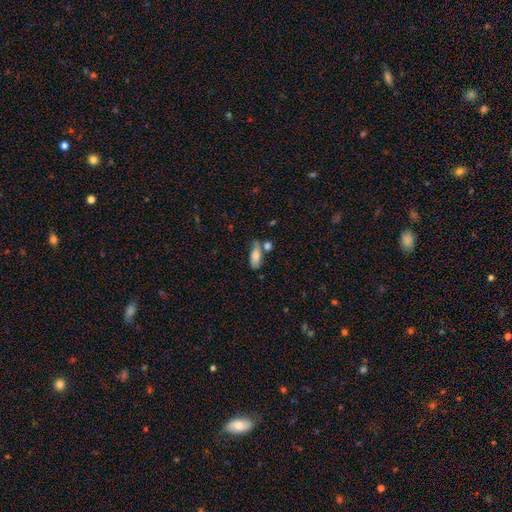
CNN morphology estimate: This is likely a smooth galaxy (80%). How rounded: likely in between (79%). Merging: possibly none (52%).